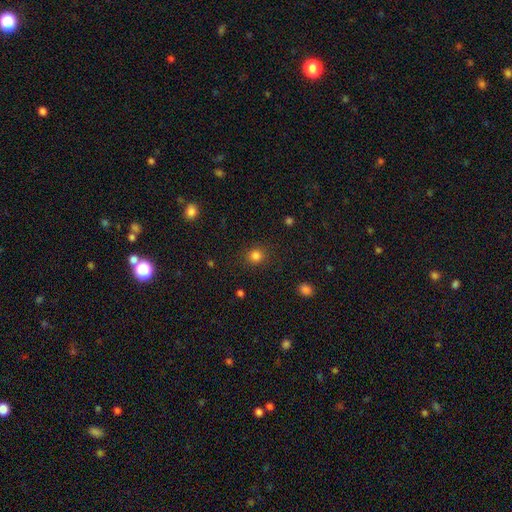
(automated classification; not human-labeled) The model was most divided on "smooth or featured": smooth: 83%, star or artifact: 13%, featured or disk: 4%. More confident: merging — none (89%); how rounded — round (88%).